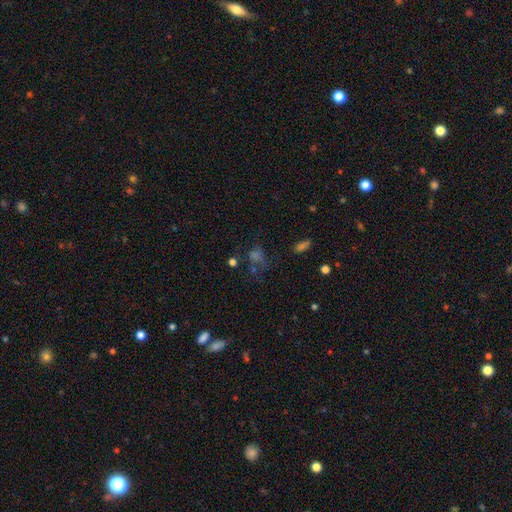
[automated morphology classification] The model was most divided on "smooth or featured": smooth: 43%, star or artifact: 38%, featured or disk: 19%. Remaining: merging — none (49%).